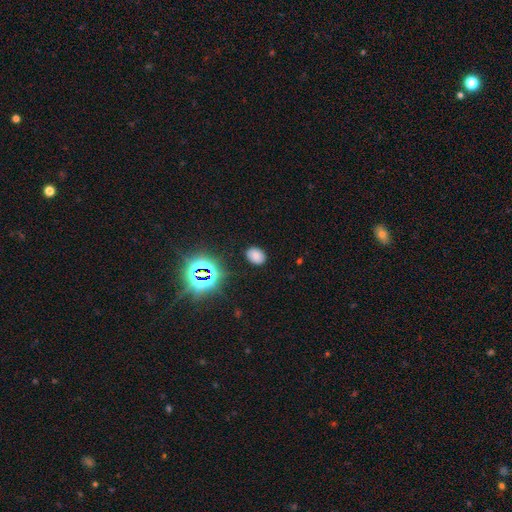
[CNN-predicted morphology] This is likely a smooth galaxy (74%). How rounded: likely in between (71%). Merging: clearly none (85%).